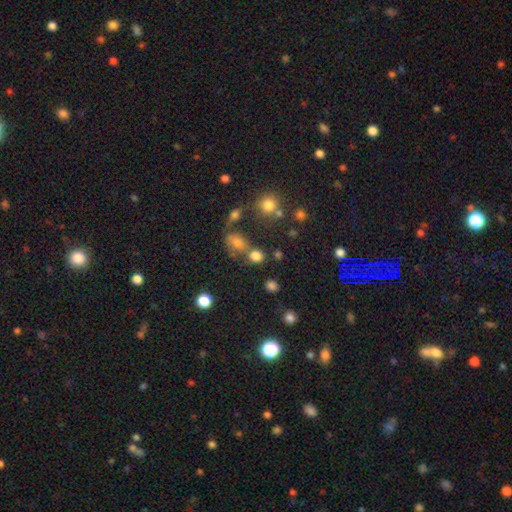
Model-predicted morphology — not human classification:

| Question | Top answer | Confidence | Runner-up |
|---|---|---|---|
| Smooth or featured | smooth | 77% | star or artifact (16%) |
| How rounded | round | 70% | in between (29%) |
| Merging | none | 61% | merger (23%) |